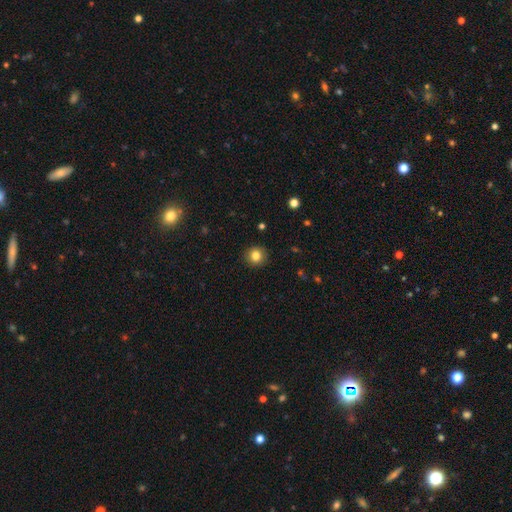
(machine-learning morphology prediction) This is clearly a smooth galaxy (83%). How rounded: clearly round (92%). Merging: clearly none (92%).